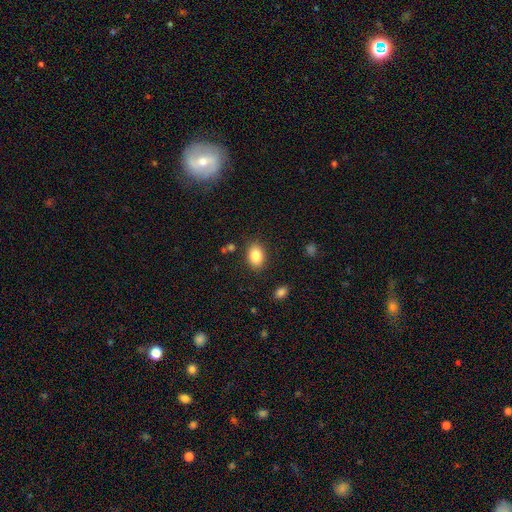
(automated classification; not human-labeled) The model was most divided on "how rounded": in between: 83%, round: 16%, cigar-shaped: 1%. More confident: merging — none (86%); smooth or featured — smooth (85%).